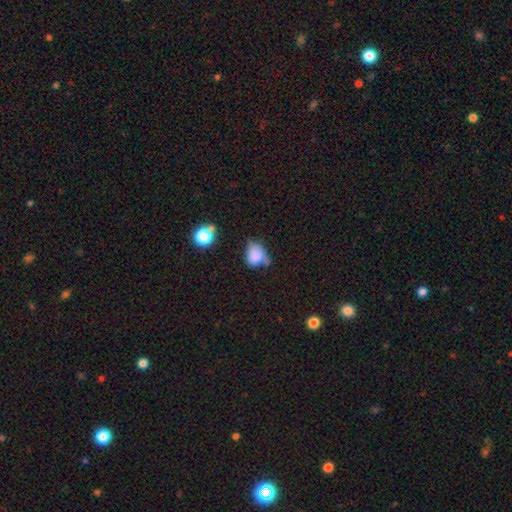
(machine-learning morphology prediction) A smooth galaxy with no disk features (76%) that is in between round and cigar-shaped (71%). Merging: minor disturbance (33%).